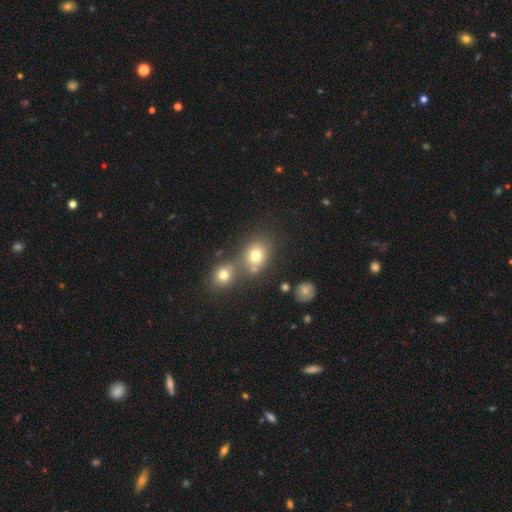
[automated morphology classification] smooth-or-featured: smooth: 75% | star or artifact: 15% | featured or disk: 10%
  how-rounded: round: 61% | in between: 38% | cigar-shaped: 1%
  merging: none: 55% | merger: 31% | minor disturbance: 10% | major disturbance: 4%